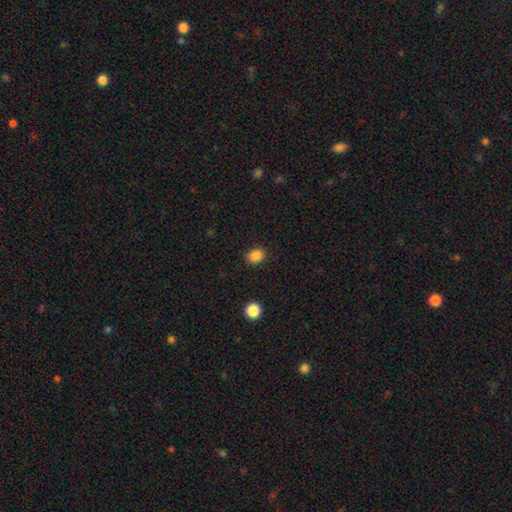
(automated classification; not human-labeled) smooth 86%, star or artifact 11%, featured or disk 3%. Down the decision tree: how rounded — round (53%); merging — none (89%).